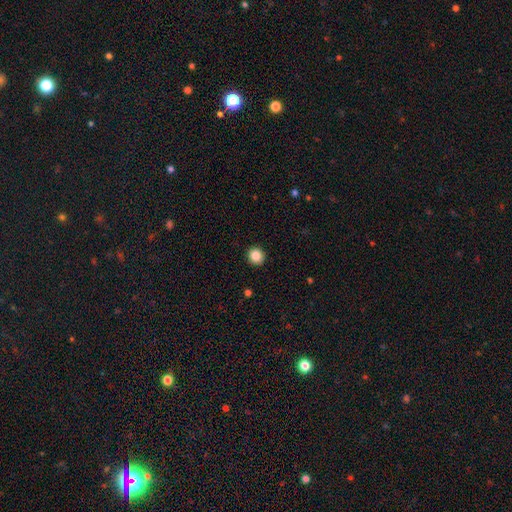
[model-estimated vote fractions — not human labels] Smooth or featured: smooth — 86% (star or artifact — 10%)
How rounded: round — 92% (in between — 7%)
Merging: none — 93% (minor disturbance — 5%)